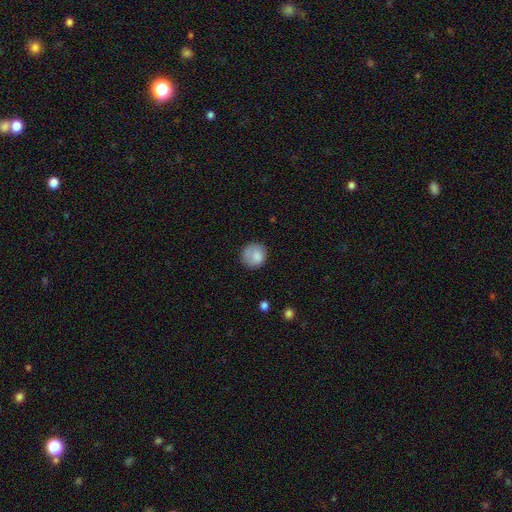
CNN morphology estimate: Smooth or featured? Predicted: smooth (p=0.83). How rounded? Predicted: round (p=0.83). Merging? Predicted: none (p=0.71).